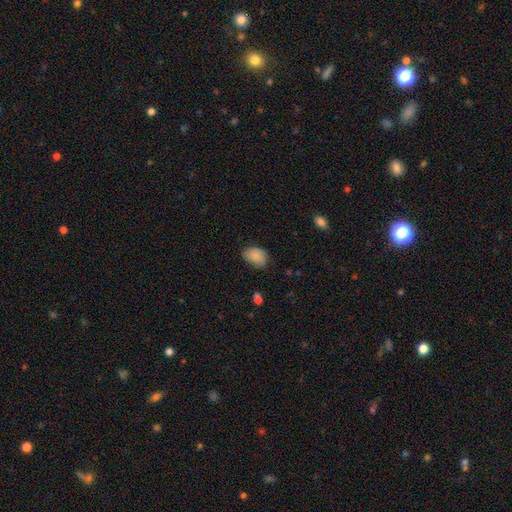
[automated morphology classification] A smooth galaxy with no disk features (87%) that is in between round and cigar-shaped (80%).

Vote fractions:
- Smooth or featured? smooth: 87% / star or artifact: 8% / featured or disk: 6%
- How rounded? in between: 80% / round: 19% / cigar-shaped: 1%
- Merging? none: 69% / minor disturbance: 25% / major disturbance: 5% / merger: 1%